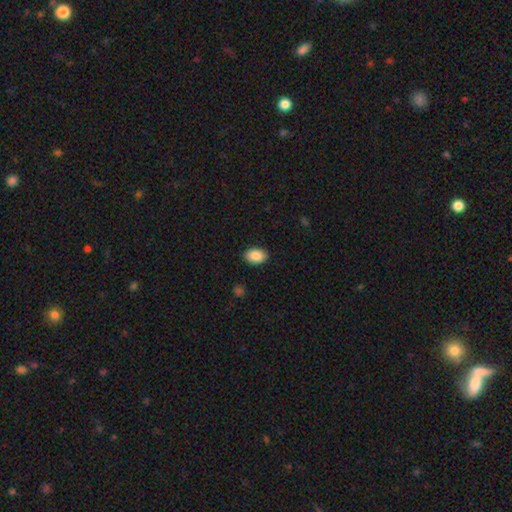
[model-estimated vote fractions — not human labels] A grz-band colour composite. It shows a smooth galaxy with no disk features (87%) that is in between round and cigar-shaped (86%). Merging: none (89%).